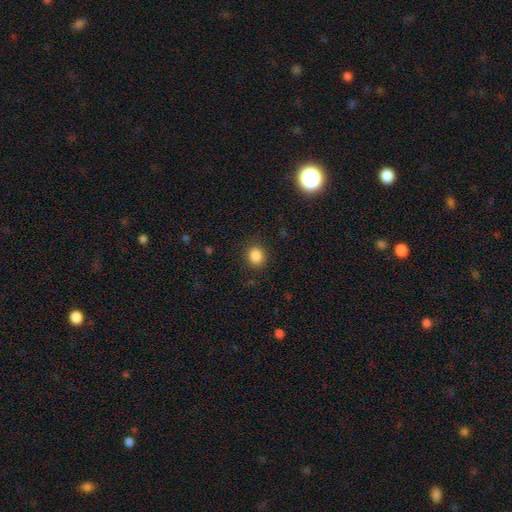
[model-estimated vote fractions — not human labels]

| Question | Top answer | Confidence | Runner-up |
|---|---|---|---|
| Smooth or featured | smooth | 86% | star or artifact (11%) |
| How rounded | round | 72% | in between (27%) |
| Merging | none | 88% | minor disturbance (8%) |